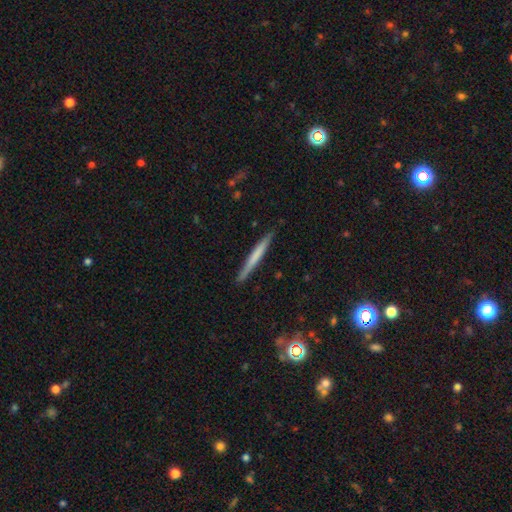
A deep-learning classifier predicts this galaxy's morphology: A smooth galaxy with no disk features (55%) that is cigar-shaped (97%). Merging: none (89%).